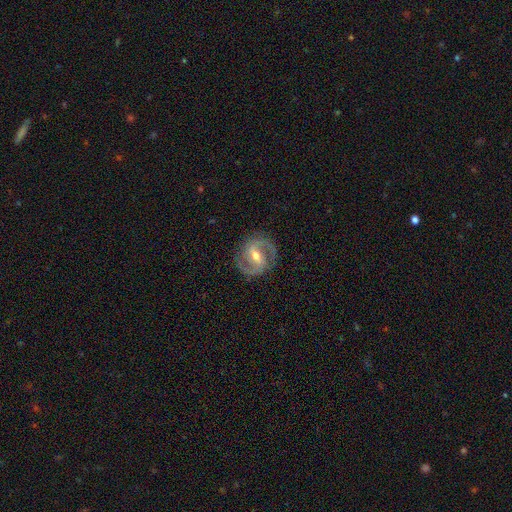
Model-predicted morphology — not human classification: The model was most divided on "bar": strong: 44%, weak: 42%, no: 14%. More confident: edge-on disk — no (97%); spiral arms — yes (96%); spiral arm count — 2 (91%); smooth or featured — featured or disk (89%); merging — none (85%); bulge size — moderate (64%); spiral winding — medium (57%).